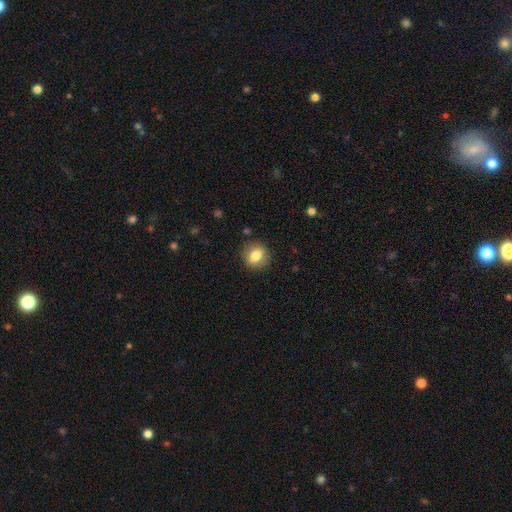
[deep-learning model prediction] smooth 78%, featured or disk 14%, star or artifact 9%. Down the decision tree: how rounded — round (71%); merging — none (87%).